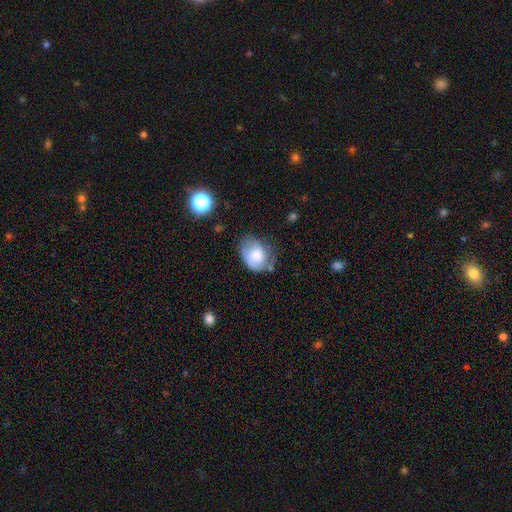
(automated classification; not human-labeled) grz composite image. It shows a smooth galaxy with no disk features (62%) that is in between round and cigar-shaped (62%). Merging: none (42%).